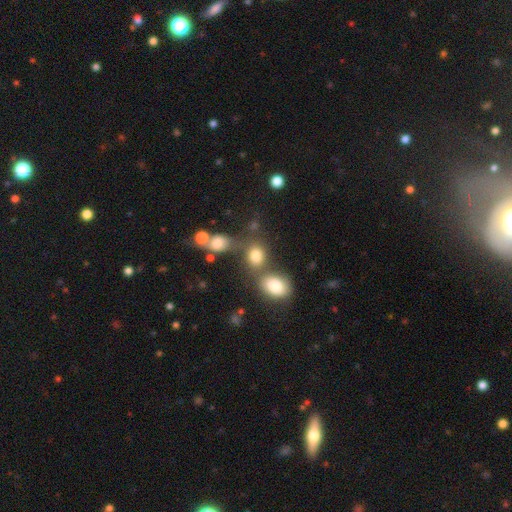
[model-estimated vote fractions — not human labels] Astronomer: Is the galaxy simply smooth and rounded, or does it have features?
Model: smooth — 80%.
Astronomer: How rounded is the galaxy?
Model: round — 54% (runner-up: in between, 44%).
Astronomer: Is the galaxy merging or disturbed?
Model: none — 48% (runner-up: merger, 34%).